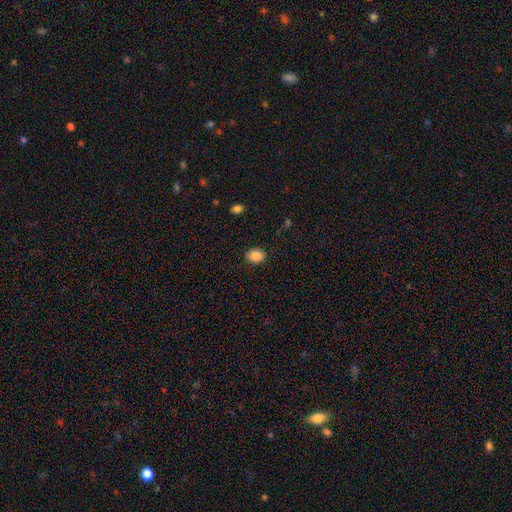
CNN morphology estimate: A smooth galaxy with no disk features (87%) that is in between round and cigar-shaped (58%). Merging: none (88%).